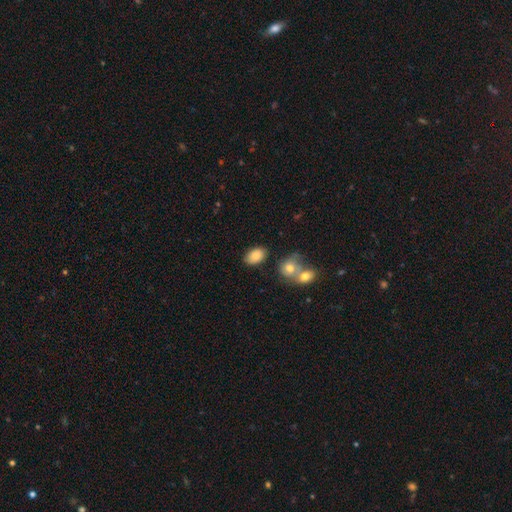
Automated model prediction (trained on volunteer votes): smooth 81%, featured or disk 10%, star or artifact 9%. Down the decision tree: how rounded — in between (88%); merging — none (73%).